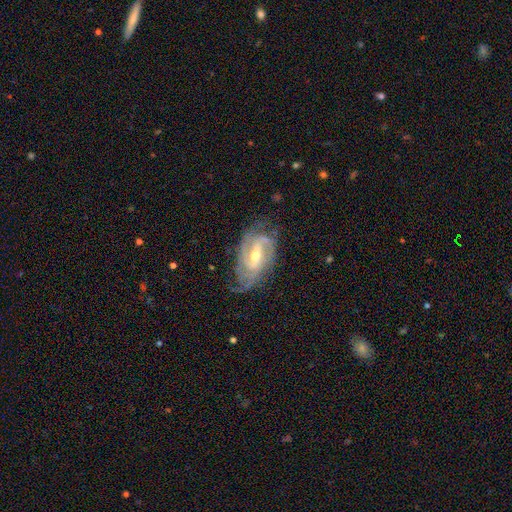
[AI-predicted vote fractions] Overall: featured or disk (89%). Edge-on disk: no (95%). Bar: weak (45%; strong 33%). Spiral arms: yes (97%). Spiral arm count: 2 (34%; 3 26%). Spiral winding: tight (54%; medium 37%). Bulge size: moderate (54%; small 42%). Merging: none (68%).